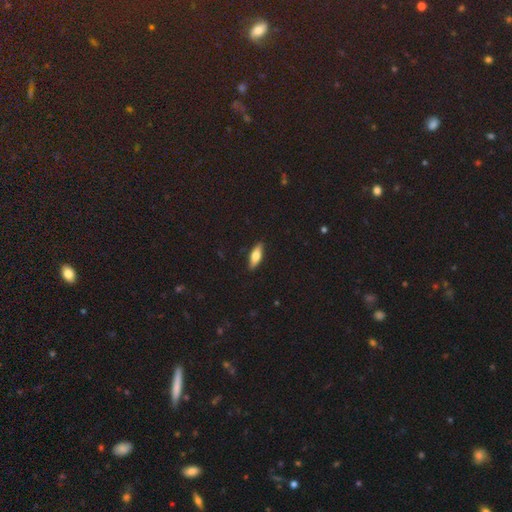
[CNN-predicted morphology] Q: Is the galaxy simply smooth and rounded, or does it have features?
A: smooth — 66%.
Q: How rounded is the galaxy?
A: in between — 56%.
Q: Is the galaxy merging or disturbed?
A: none — 88%.